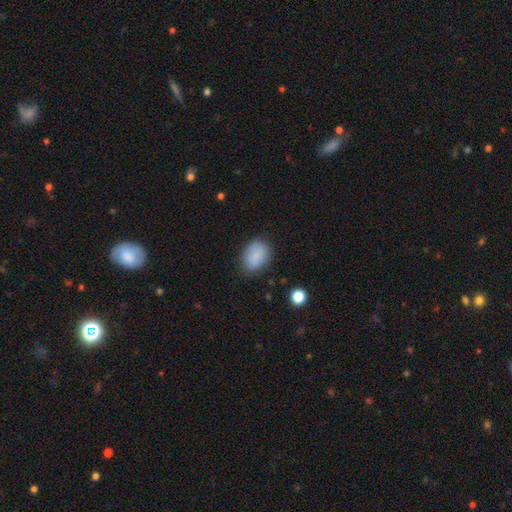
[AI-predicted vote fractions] smooth-or-featured: smooth: 86% | star or artifact: 8% | featured or disk: 6%
  how-rounded: in between: 74% | round: 25% | cigar-shaped: 1%
  merging: none: 78% | minor disturbance: 16% | major disturbance: 4% | merger: 1%